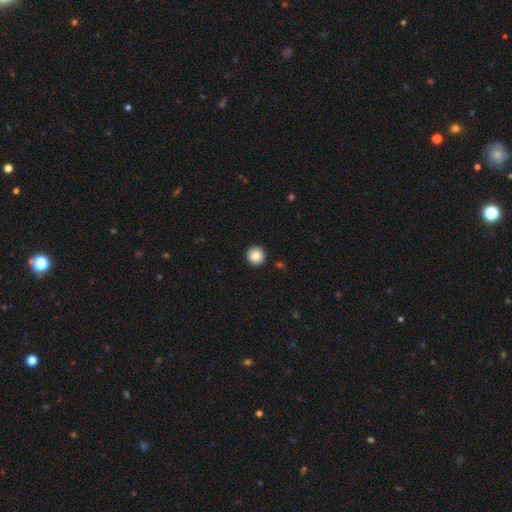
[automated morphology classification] Smooth or featured?
  - smooth: 84% *
  - star or artifact: 9%
  - featured or disk: 7%
How rounded?
  - round: 96% *
  - in between: 3%
  - cigar-shaped: 1%
Merging?
  - none: 93% *
  - minor disturbance: 4%
  - major disturbance: 1%
  - merger: 1%